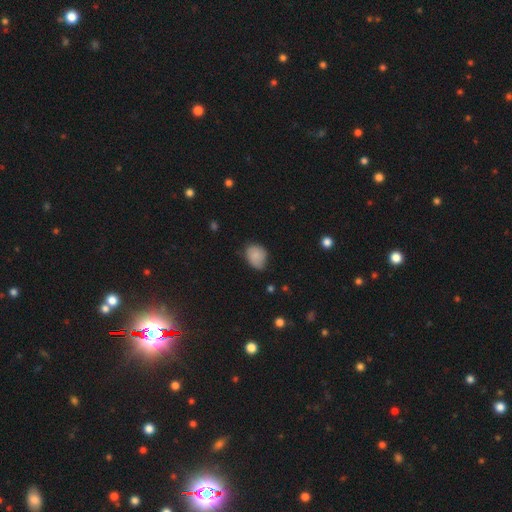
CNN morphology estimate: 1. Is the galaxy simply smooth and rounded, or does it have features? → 80% smooth, 11% featured or disk, 9% star or artifact.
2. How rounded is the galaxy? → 60% in between, 39% round, 1% cigar-shaped.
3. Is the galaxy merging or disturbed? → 54% none, 37% minor disturbance, 7% major disturbance, 2% merger.